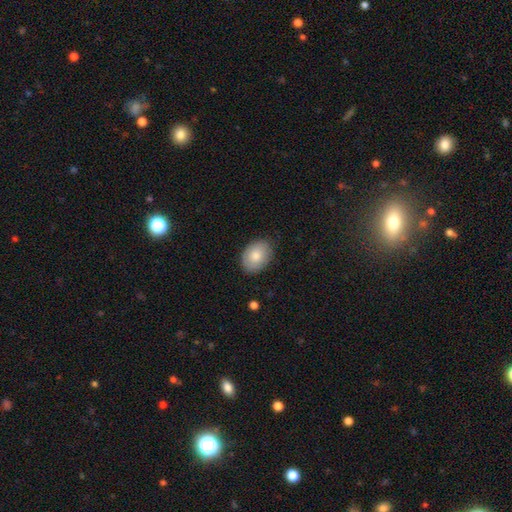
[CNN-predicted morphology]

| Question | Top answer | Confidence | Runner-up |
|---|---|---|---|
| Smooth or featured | smooth | 81% | featured or disk (12%) |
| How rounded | in between | 76% | round (23%) |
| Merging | none | 84% | minor disturbance (13%) |